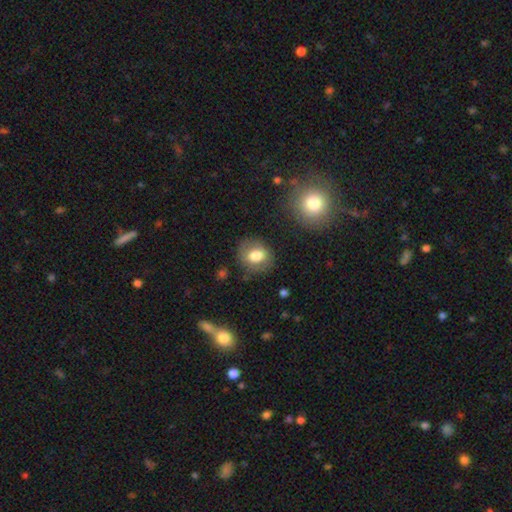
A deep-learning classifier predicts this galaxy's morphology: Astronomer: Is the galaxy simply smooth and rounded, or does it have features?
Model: smooth — 76%.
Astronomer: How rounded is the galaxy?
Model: round — 57% (runner-up: in between, 42%).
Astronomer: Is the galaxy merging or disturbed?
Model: none — 76%.